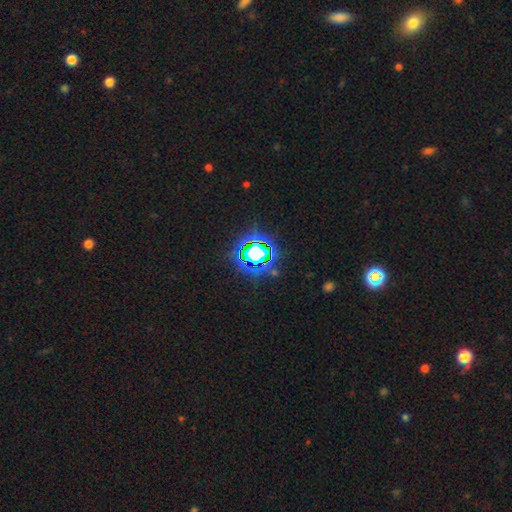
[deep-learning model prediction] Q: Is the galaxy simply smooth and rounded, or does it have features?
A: star or artifact — 78%.